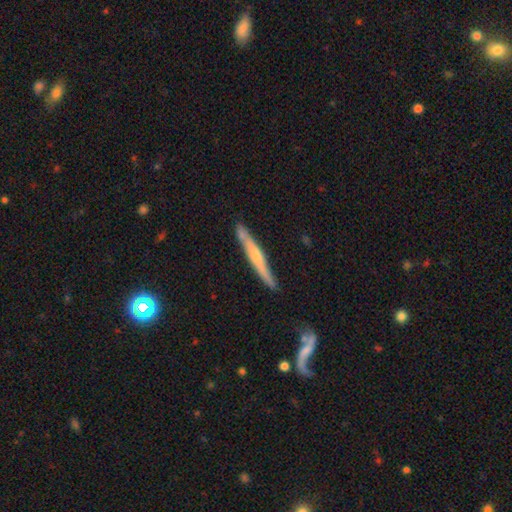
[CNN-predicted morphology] smooth-or-featured: featured or disk: 61% | smooth: 33% | star or artifact: 6%
  disk-edge-on: yes: 94% | no: 6%
    edge-on-bulge: rounded: 62% | none: 29% | boxy: 9%
  merging: none: 83% | minor disturbance: 12% | merger: 3% | major disturbance: 2%